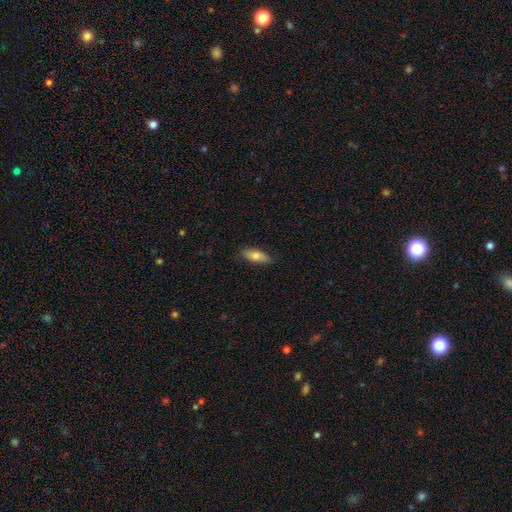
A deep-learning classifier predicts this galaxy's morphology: This is likely a smooth galaxy (75%). How rounded: likely in between (70%). Merging: clearly none (85%).